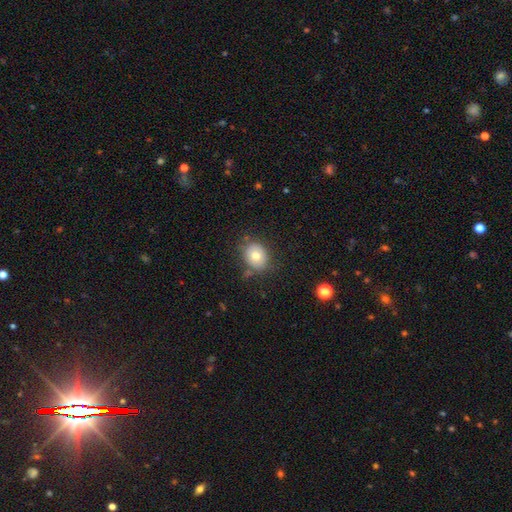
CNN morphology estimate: This appears to be a smooth galaxy with no disk features (75%) that is round (55%). Merging: none (77%).